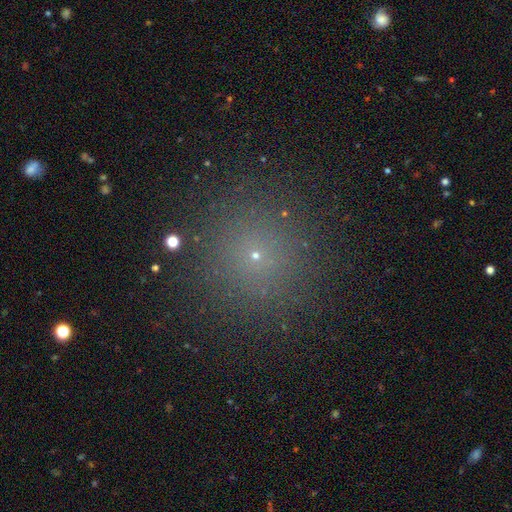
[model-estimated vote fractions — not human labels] Smooth or featured? smooth (62%)
How rounded? round (96%)
Merging? none (90%)